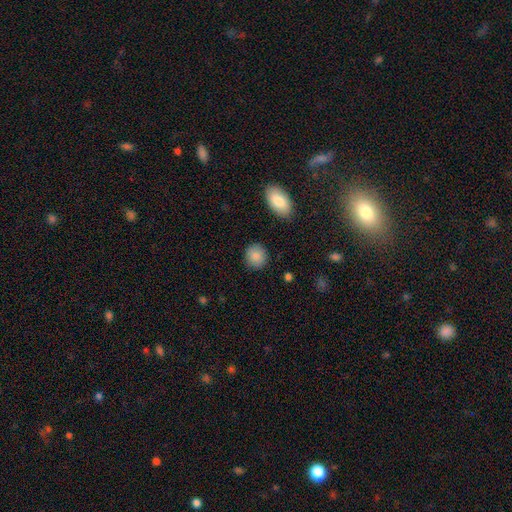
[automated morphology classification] Q: Smooth or featured?
A: smooth (87%); runner-up: star or artifact (7%)
Q: How rounded?
A: round (79%); runner-up: in between (19%)
Q: Merging?
A: none (88%); runner-up: minor disturbance (8%)